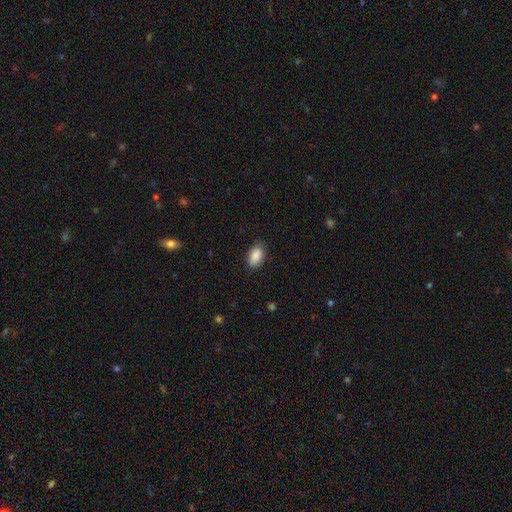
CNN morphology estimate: Smooth or featured? Predicted: smooth (p=0.90). How rounded? Predicted: in between (p=0.93). Merging? Predicted: none (p=0.85).